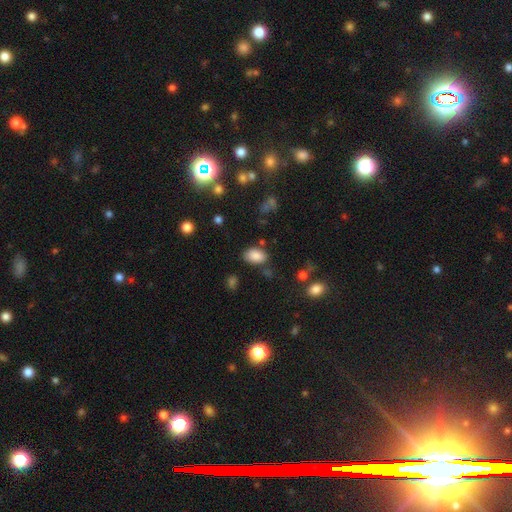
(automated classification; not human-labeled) Morphology: type=smooth (86%); roundness=in between (90%); merging=none (75%).